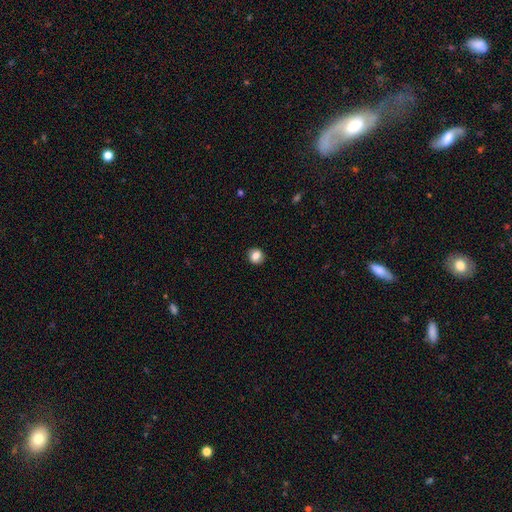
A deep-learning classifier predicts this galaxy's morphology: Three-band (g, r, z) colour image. It shows a smooth galaxy with no disk features (83%) that is round (86%). Merging: none (90%).